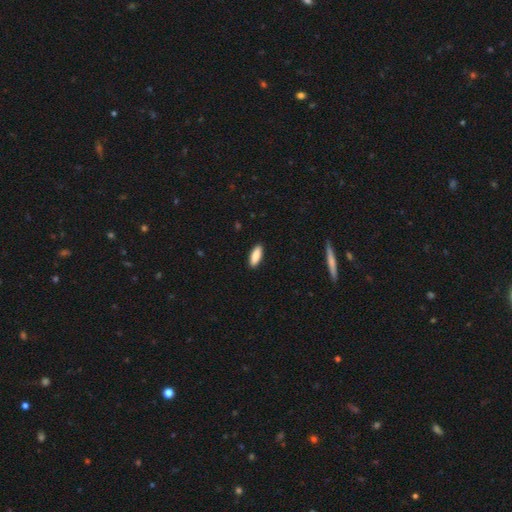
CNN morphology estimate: Smooth or featured? smooth (87%)
How rounded? in between (64%)
Merging? none (90%)